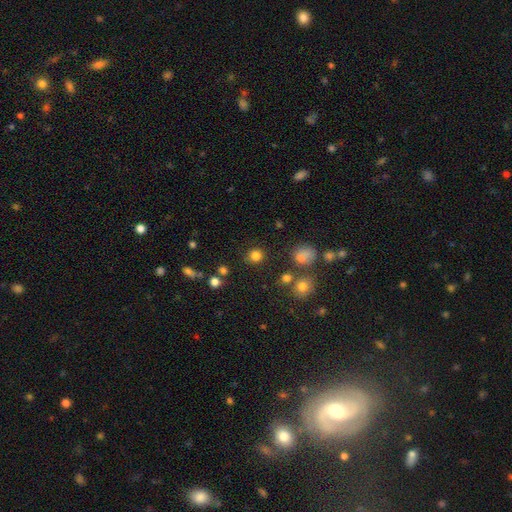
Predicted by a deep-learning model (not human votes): A smooth galaxy with no disk features (81%) that is round (88%).

Vote fractions:
- Smooth or featured? smooth: 81% / star or artifact: 14% / featured or disk: 5%
- How rounded? round: 88% / in between: 11% / cigar-shaped: 1%
- Merging? none: 83% / minor disturbance: 9% / merger: 4% / major disturbance: 3%